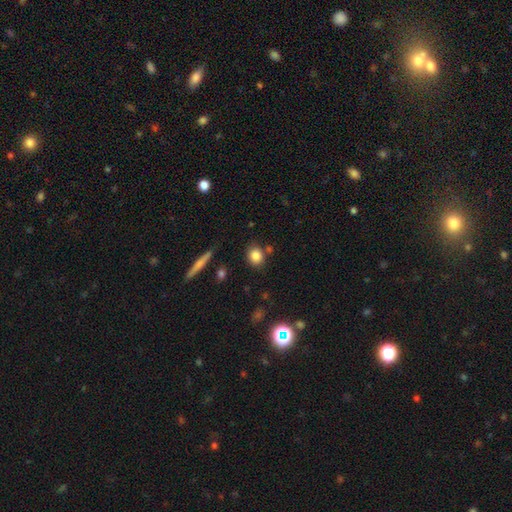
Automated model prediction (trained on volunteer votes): Smooth or featured?
  - smooth: 83% *
  - star or artifact: 10%
  - featured or disk: 7%
How rounded?
  - round: 68% *
  - in between: 29%
  - cigar-shaped: 2%
Merging?
  - none: 79% *
  - minor disturbance: 11%
  - merger: 7%
  - major disturbance: 3%